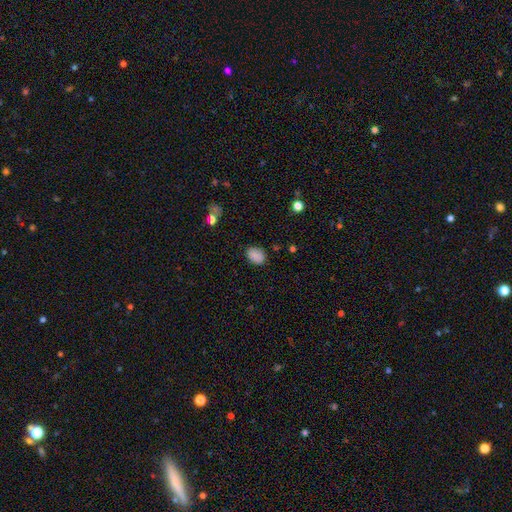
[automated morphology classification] This appears to be a smooth galaxy with no disk features (85%) that is in between round and cigar-shaped (71%). Merging: none (81%).